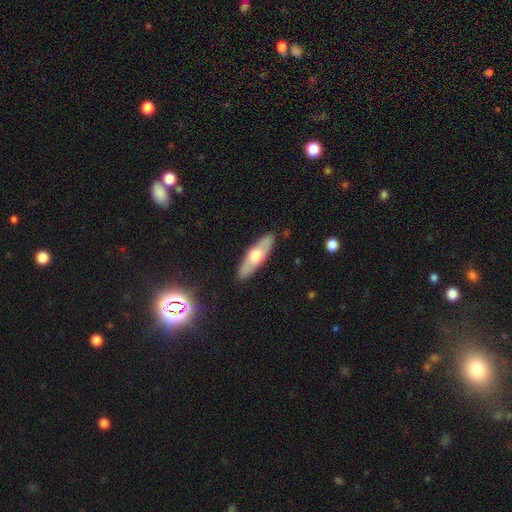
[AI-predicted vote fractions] smooth 49%, featured or disk 45%, star or artifact 6%. Down the decision tree: merging — none (88%).